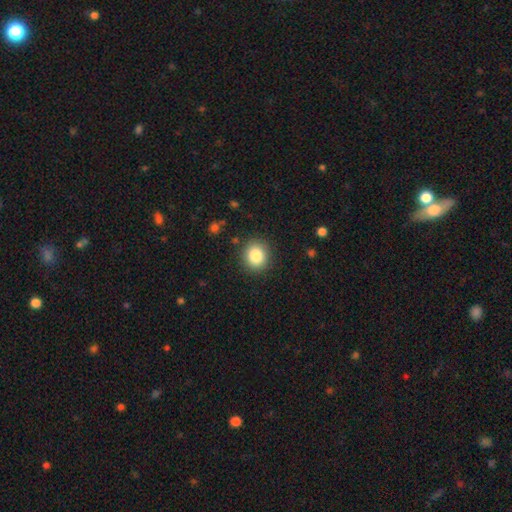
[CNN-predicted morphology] A smooth galaxy with no disk features (84%) that is round (81%).

Vote fractions:
- Smooth or featured? smooth: 84% / star or artifact: 10% / featured or disk: 6%
- How rounded? round: 81% / in between: 19% / cigar-shaped: 1%
- Merging? none: 89% / minor disturbance: 7% / major disturbance: 2% / merger: 1%